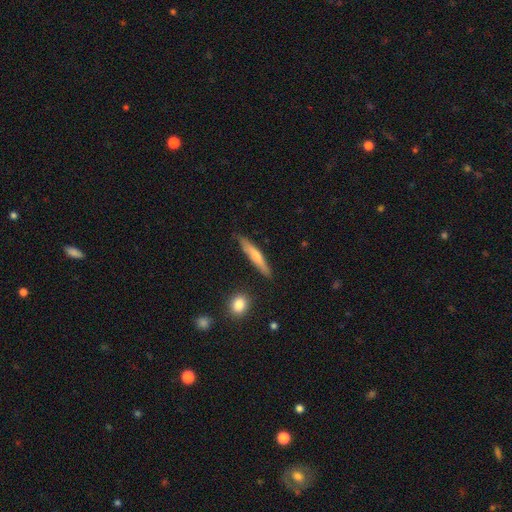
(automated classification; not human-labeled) A smooth galaxy with no disk features (61%) that is cigar-shaped (90%). Merging: none (83%).